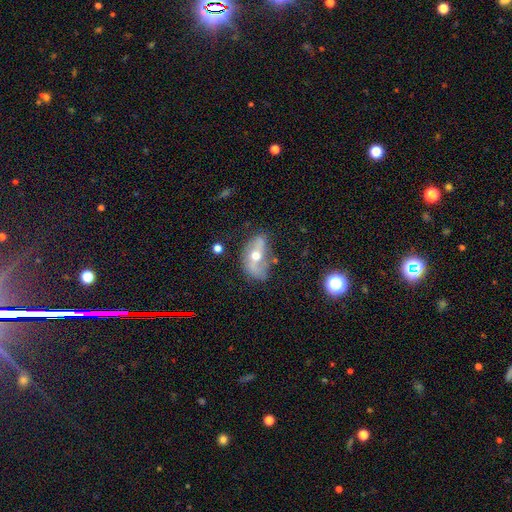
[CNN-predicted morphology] Smooth or featured: featured or disk — 66% (smooth — 25%)
Edge-on disk: no — 90% (yes — 10%)
Bar: no — 48% (weak — 29%)
Spiral arms: yes — 72% (no — 28%)
Bulge size: moderate — 73% (small — 20%)
Merging: none — 52% (minor disturbance — 29%)